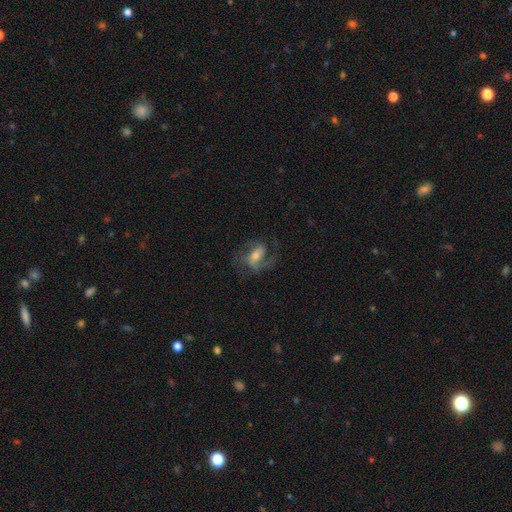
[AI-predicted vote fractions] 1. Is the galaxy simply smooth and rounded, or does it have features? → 78% featured or disk, 14% smooth, 8% star or artifact.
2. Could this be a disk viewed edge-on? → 96% no, 4% yes.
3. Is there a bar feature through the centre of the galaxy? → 43% weak, 29% strong, 28% no.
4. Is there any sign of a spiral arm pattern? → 93% yes, 7% no.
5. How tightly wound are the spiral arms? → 51% medium, 32% loose, 17% tight.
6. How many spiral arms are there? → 67% 2, 15% 1, 8% can't tell, 6% 3, 2% 4, 2% more than 4.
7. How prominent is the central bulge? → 48% moderate, 41% small, 7% large, 3% none, 1% dominant.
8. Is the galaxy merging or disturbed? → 61% none, 20% major disturbance, 17% minor disturbance, 2% merger.